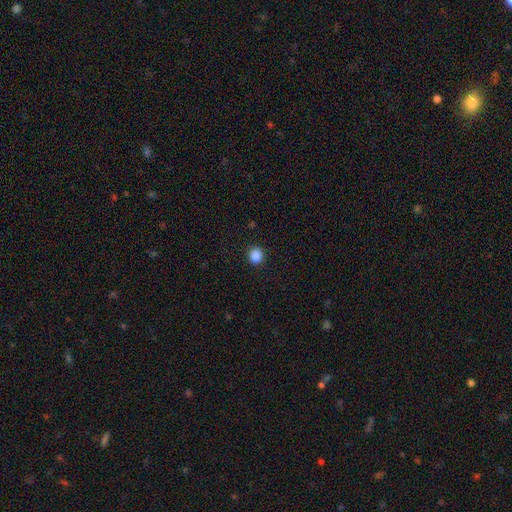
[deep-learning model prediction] The model was most divided on "how rounded": round: 85%, in between: 14%, cigar-shaped: 1%. More confident: merging — none (91%); smooth or featured — smooth (87%).